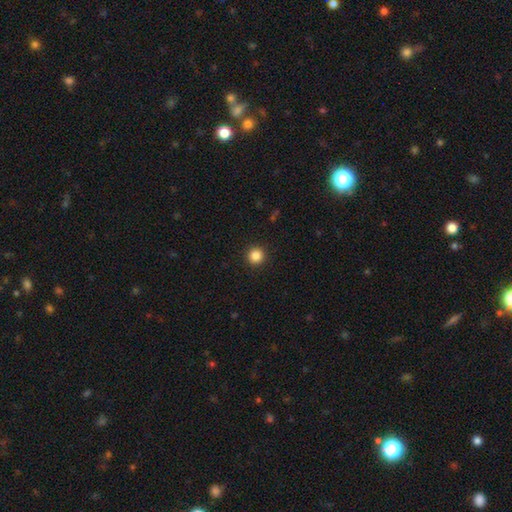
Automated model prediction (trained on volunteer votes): Morphology: type=smooth (85%); roundness=round (95%); merging=none (93%).